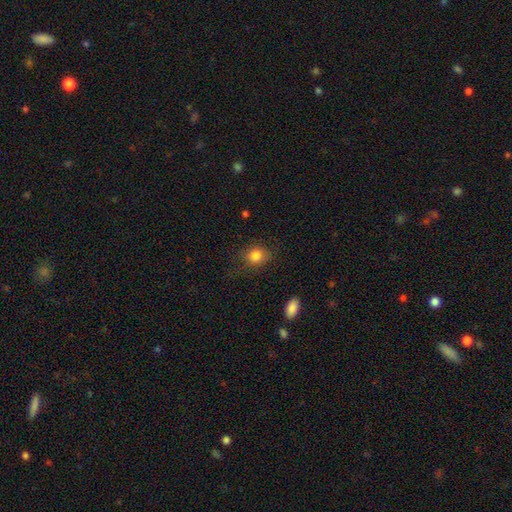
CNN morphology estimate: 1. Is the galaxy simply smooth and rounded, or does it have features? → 84% smooth, 10% star or artifact, 6% featured or disk.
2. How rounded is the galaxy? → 69% round, 30% in between, 1% cigar-shaped.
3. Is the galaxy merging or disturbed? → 77% none, 15% minor disturbance, 6% major disturbance, 2% merger.